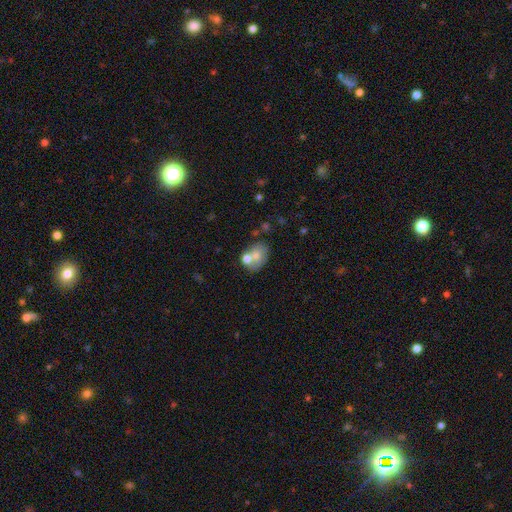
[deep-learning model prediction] smooth 67%, featured or disk 24%, star or artifact 9%. Down the decision tree: how rounded — in between (64%); merging — none (45%).